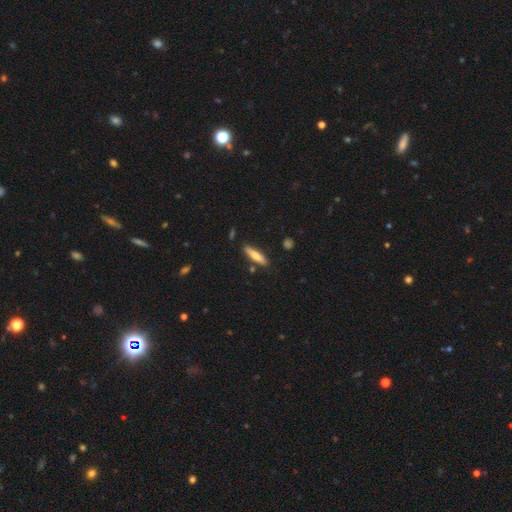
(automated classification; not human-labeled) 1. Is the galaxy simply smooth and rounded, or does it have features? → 74% smooth, 20% featured or disk, 6% star or artifact.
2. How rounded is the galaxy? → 75% cigar-shaped, 24% in between, 2% round.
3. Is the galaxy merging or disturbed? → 83% none, 11% minor disturbance, 3% merger, 2% major disturbance.